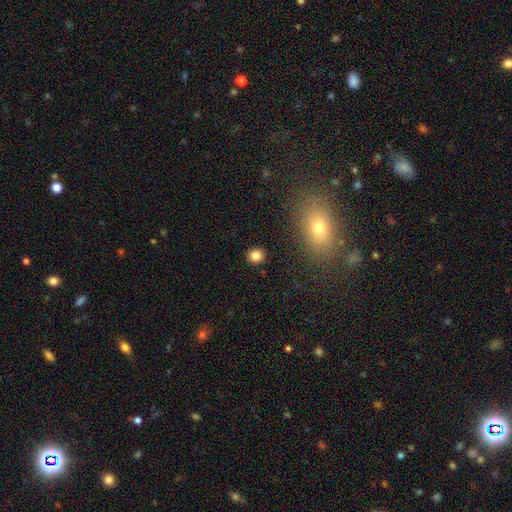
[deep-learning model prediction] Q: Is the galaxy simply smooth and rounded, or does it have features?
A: smooth — 84%.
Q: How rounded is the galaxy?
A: round — 84%.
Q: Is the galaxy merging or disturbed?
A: none — 89%.